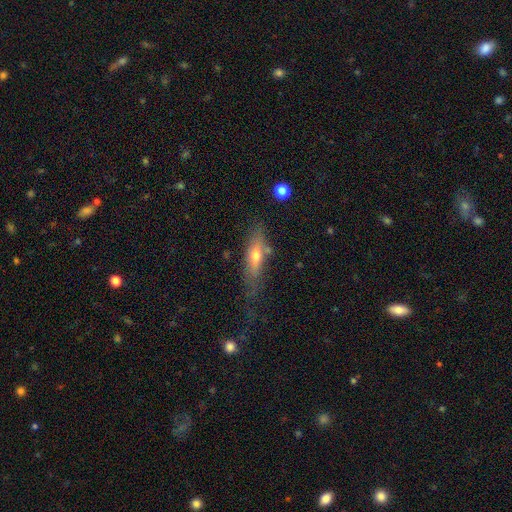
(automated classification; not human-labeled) This appears to be a smooth galaxy with no disk features (52%) that is cigar-shaped (56%). Merging: none (56%).